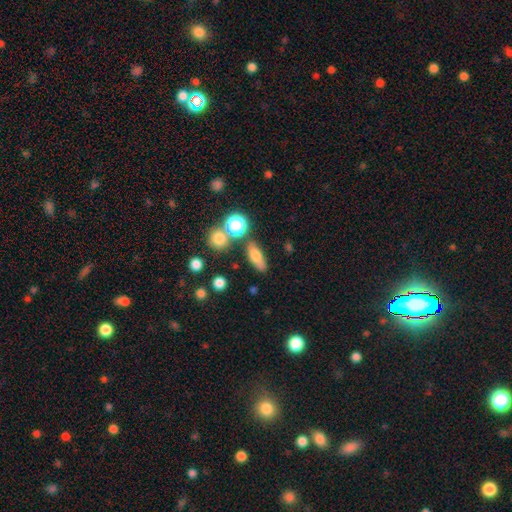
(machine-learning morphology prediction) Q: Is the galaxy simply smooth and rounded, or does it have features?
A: smooth — 71%.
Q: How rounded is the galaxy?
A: in between — 56%.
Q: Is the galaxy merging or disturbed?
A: none — 74%.